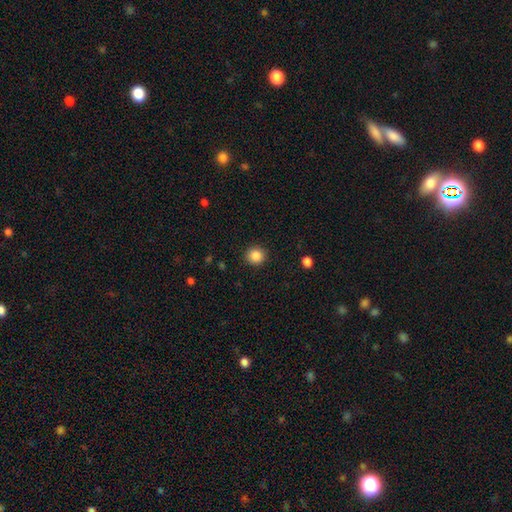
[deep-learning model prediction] smooth 87%, star or artifact 10%, featured or disk 4%. Down the decision tree: how rounded — round (92%); merging — none (91%).